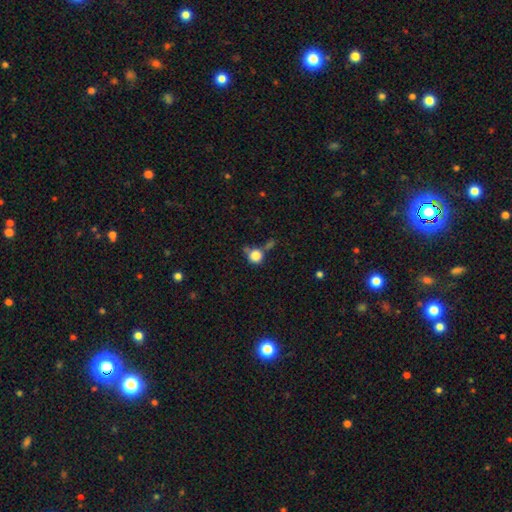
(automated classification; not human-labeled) Overall: smooth (82%). How rounded: round (89%). Merging: none (52%; merger 20%).